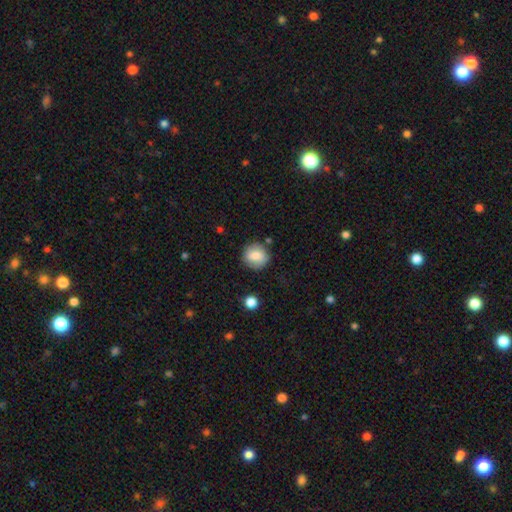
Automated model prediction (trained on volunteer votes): Smooth or featured? smooth (77%)
How rounded? round (89%)
Merging? none (82%)